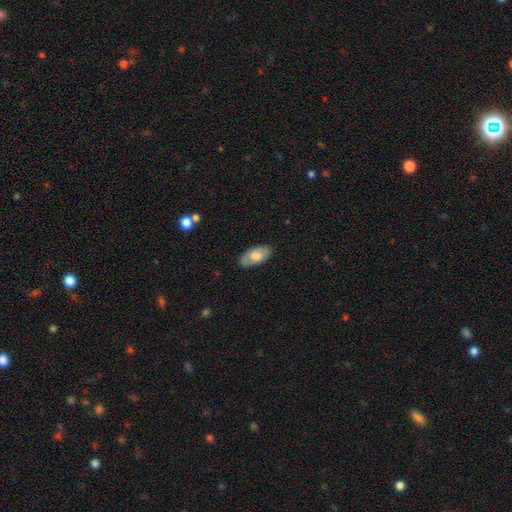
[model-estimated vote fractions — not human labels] Overall: smooth (66%; featured or disk 28%). How rounded: in between (93%). Merging: none (83%).